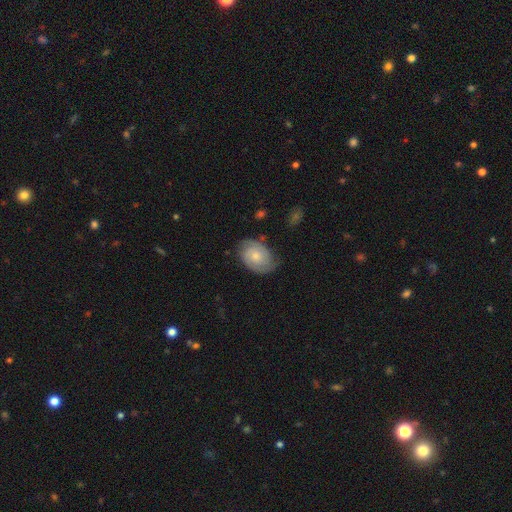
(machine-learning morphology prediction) A featured or disk galaxy (57%) with no bar (78%), spiral arms (86%) and a small central bulge (50%). Merging: none (69%).